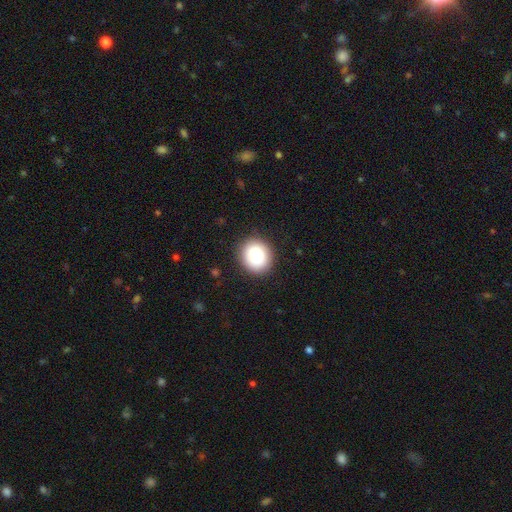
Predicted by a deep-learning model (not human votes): This appears to be a smooth galaxy with no disk features (85%) that is round (77%). Merging: none (89%).